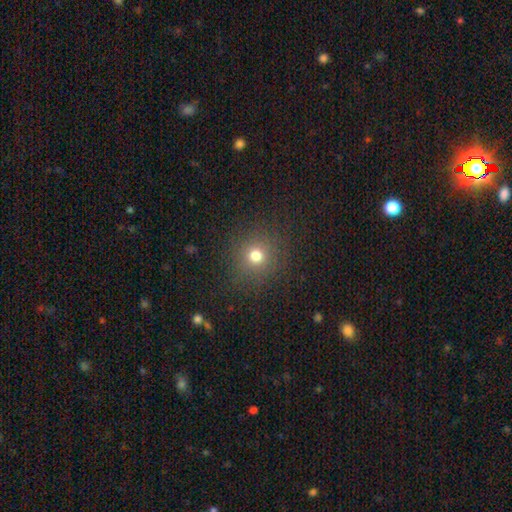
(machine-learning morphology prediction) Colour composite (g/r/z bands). It shows a smooth galaxy with no disk features (72%) that is round (90%). Merging: none (87%).